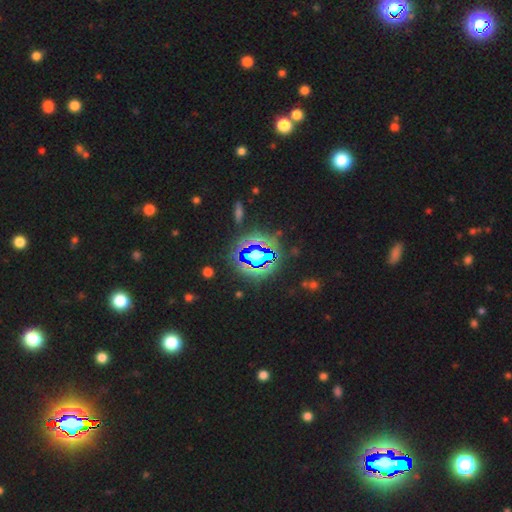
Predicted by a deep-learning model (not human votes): A star or artifact, not a galaxy (65%).

Vote fractions:
- Smooth or featured? star or artifact: 65% / smooth: 20% / featured or disk: 15%